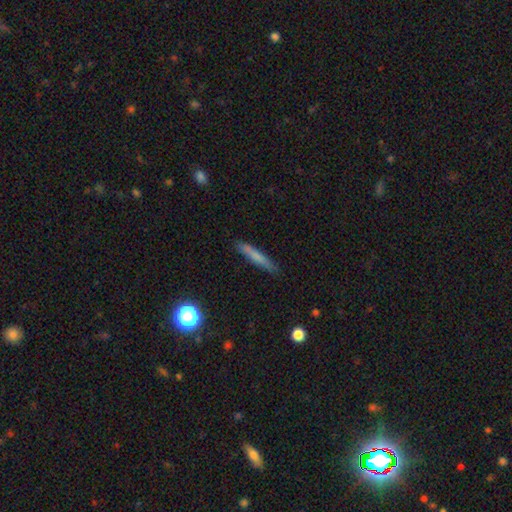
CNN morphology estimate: smooth_or_featured: smooth (p=0.68) [alt: featured or disk p=0.24]
how_rounded: cigar-shaped (p=0.93) [alt: in between p=0.05]
merging: none (p=0.87) [alt: minor disturbance p=0.10]